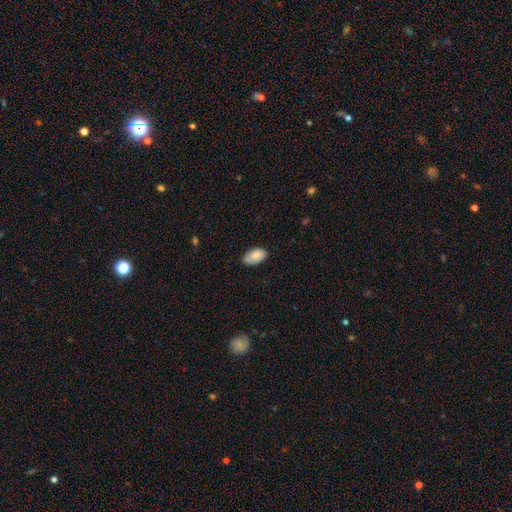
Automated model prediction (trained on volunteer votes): A smooth galaxy with no disk features (86%) that is in between round and cigar-shaped (95%). Merging: none (75%).